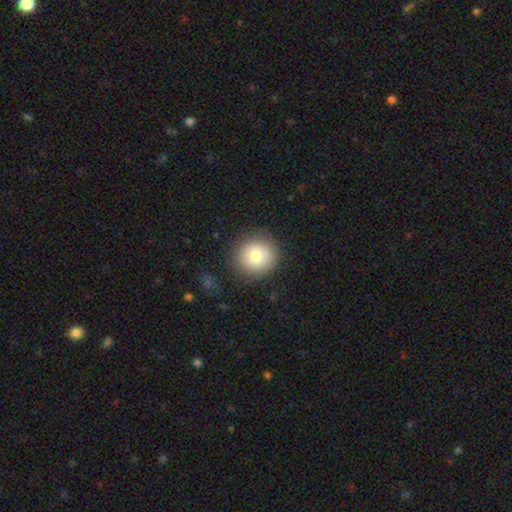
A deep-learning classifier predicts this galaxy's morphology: Q: Smooth or featured?
A: smooth (77%); runner-up: featured or disk (14%)
Q: How rounded?
A: round (91%); runner-up: in between (8%)
Q: Merging?
A: none (84%); runner-up: minor disturbance (10%)